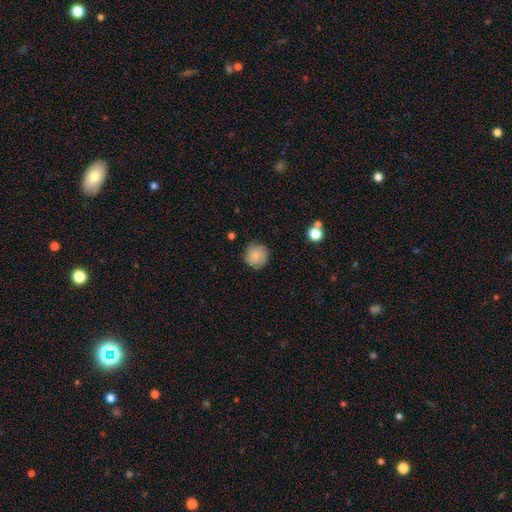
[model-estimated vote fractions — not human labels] smooth-or-featured: smooth: 77% | featured or disk: 15% | star or artifact: 8%
  how-rounded: round: 92% | in between: 7% | cigar-shaped: 1%
  merging: none: 81% | minor disturbance: 14% | major disturbance: 3% | merger: 1%